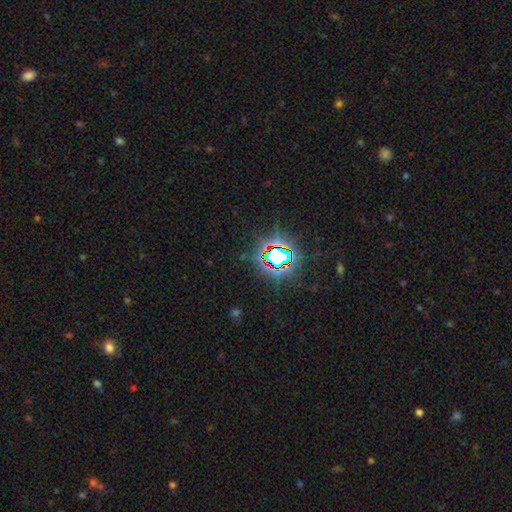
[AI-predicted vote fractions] The model was most divided on "smooth or featured": star or artifact: 80%, smooth: 12%, featured or disk: 8%.